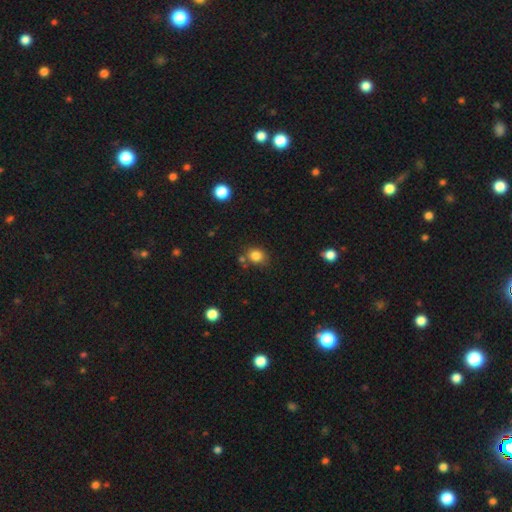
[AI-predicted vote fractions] Smooth or featured? smooth (83%)
How rounded? round (64%)
Merging? none (69%)